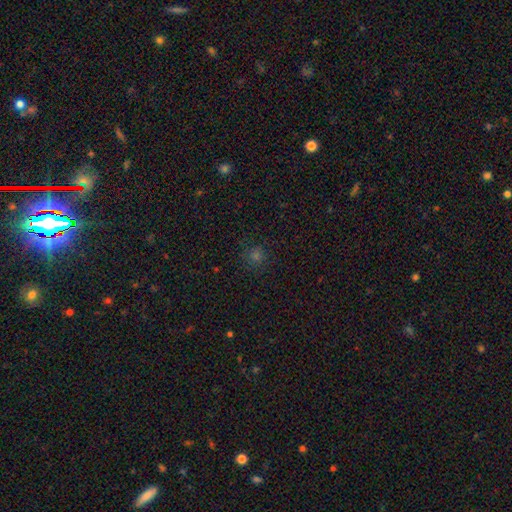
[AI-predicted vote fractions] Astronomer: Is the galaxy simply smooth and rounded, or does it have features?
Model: smooth — 60%.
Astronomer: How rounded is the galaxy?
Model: round — 92%.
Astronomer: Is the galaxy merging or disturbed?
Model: none — 87%.